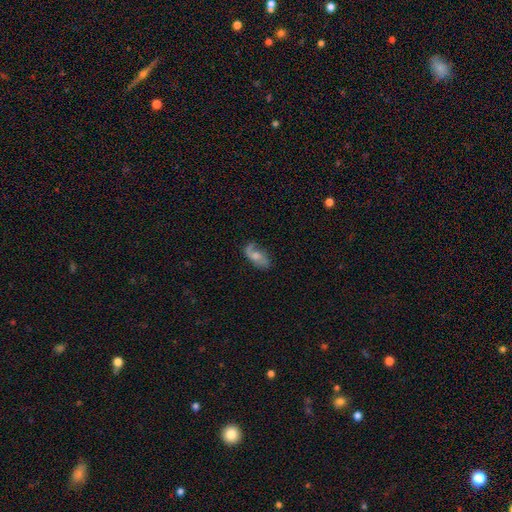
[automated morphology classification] Overall: featured or disk (54%; smooth 38%). Edge-on disk: no (94%). Bar: no (66%; weak 29%). Spiral arms: yes (85%). Bulge size: moderate (49%; small 30%). Merging: none (58%; minor disturbance 25%).